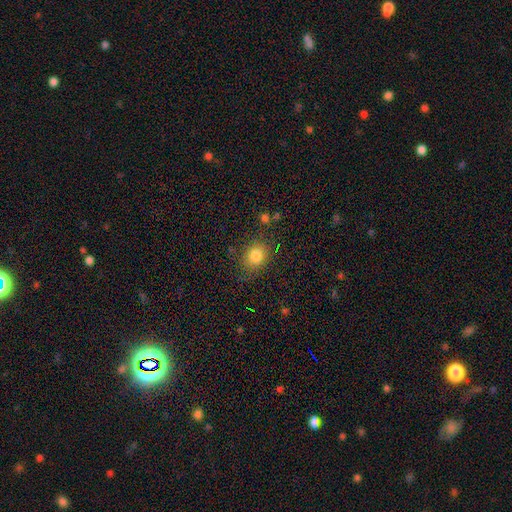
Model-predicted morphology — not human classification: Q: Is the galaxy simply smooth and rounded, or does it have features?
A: smooth — 82%.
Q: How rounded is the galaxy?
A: round — 61%.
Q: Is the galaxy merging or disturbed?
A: none — 81%.